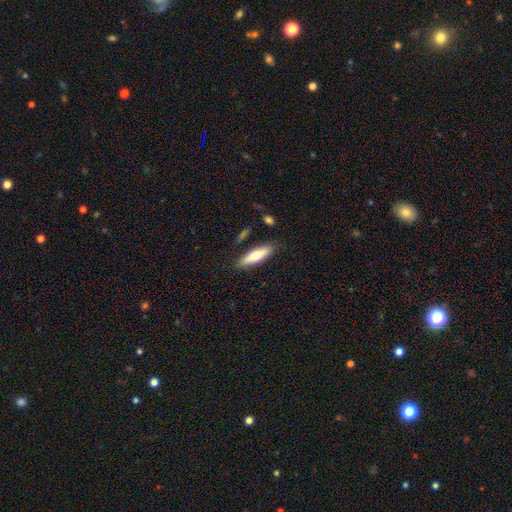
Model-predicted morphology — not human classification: Q: Smooth or featured?
A: smooth (72%); runner-up: featured or disk (22%)
Q: How rounded?
A: cigar-shaped (55%); runner-up: in between (43%)
Q: Merging?
A: none (81%); runner-up: minor disturbance (13%)